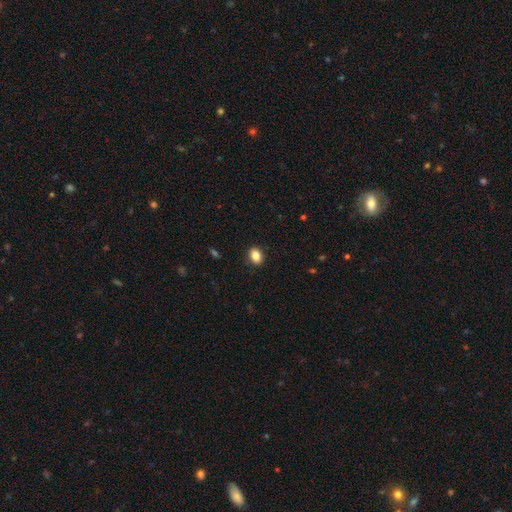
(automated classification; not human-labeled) Smooth or featured: smooth — 87% (star or artifact — 9%)
How rounded: in between — 72% (round — 27%)
Merging: none — 90% (minor disturbance — 8%)